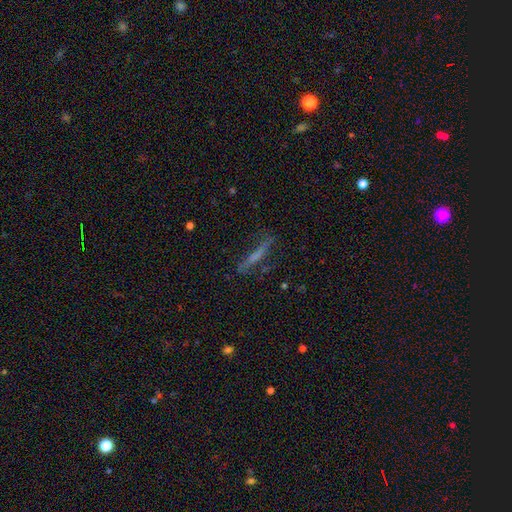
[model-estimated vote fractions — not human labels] Smooth or featured? featured or disk (44%, tied with smooth)
Merging? none (69%)